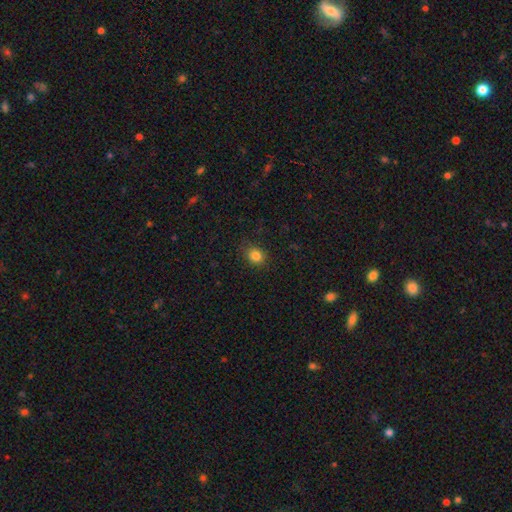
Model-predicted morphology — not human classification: Smooth or featured?
  - smooth: 83% *
  - star or artifact: 12%
  - featured or disk: 5%
How rounded?
  - round: 66% *
  - in between: 33%
  - cigar-shaped: 1%
Merging?
  - none: 83% *
  - minor disturbance: 12%
  - major disturbance: 3%
  - merger: 1%